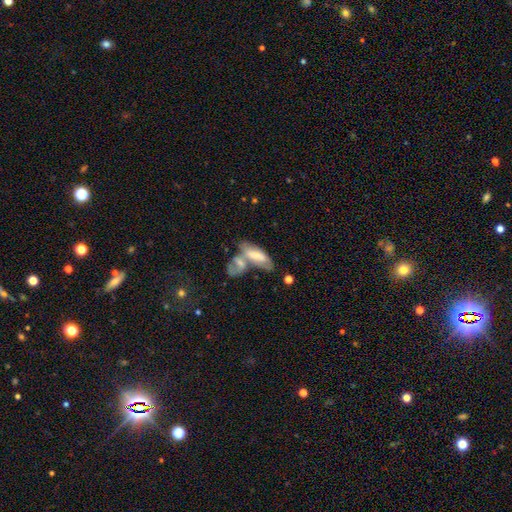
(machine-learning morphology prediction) Smooth or featured: smooth — 60% (featured or disk — 33%)
How rounded: in between — 76% (cigar-shaped — 21%)
Merging: merger — 61% (none — 21%)